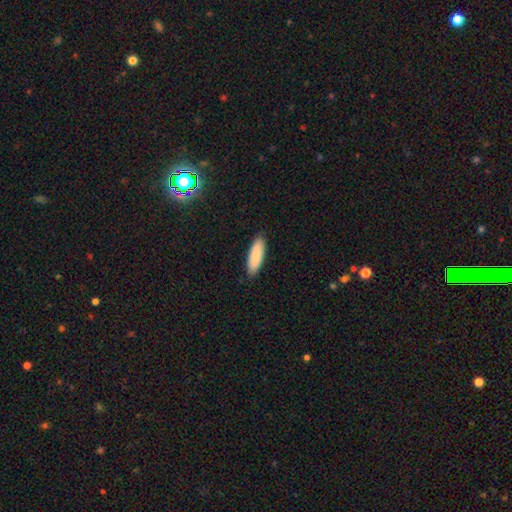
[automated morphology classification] The model was most divided on "how rounded": in between: 54%, cigar-shaped: 44%, round: 1%. More confident: merging — none (89%); smooth or featured — smooth (87%).